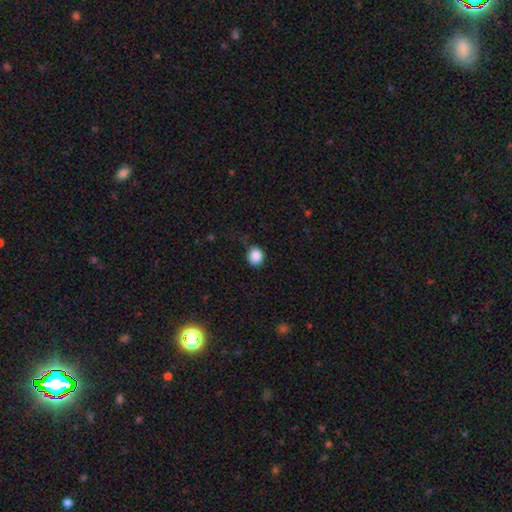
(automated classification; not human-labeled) A smooth galaxy with no disk features (88%) that is round (73%).

Vote fractions:
- Smooth or featured? smooth: 88% / star or artifact: 9% / featured or disk: 4%
- How rounded? round: 73% / in between: 26% / cigar-shaped: 1%
- Merging? none: 70% / minor disturbance: 22% / major disturbance: 7% / merger: 2%